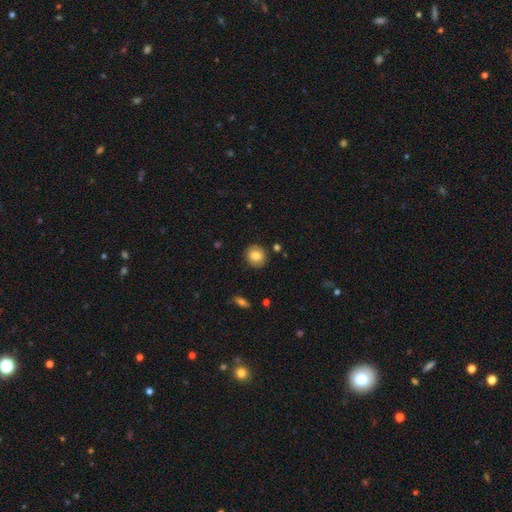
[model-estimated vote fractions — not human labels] This appears to be a smooth galaxy with no disk features (82%) that is round (88%). Merging: none (89%).